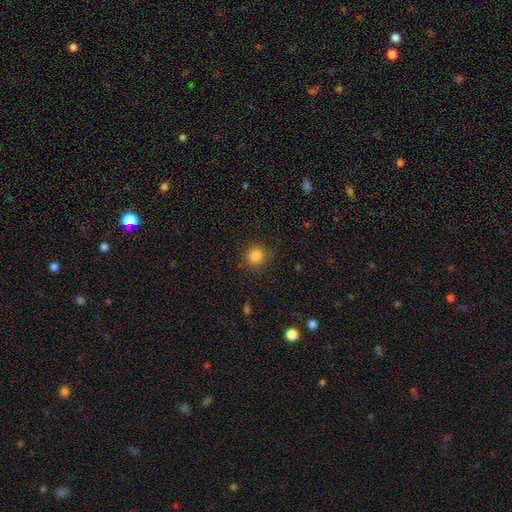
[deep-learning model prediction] Smooth or featured?
  - smooth: 84% *
  - star or artifact: 11%
  - featured or disk: 5%
How rounded?
  - round: 89% *
  - in between: 10%
  - cigar-shaped: 1%
Merging?
  - none: 86% *
  - minor disturbance: 9%
  - major disturbance: 3%
  - merger: 1%